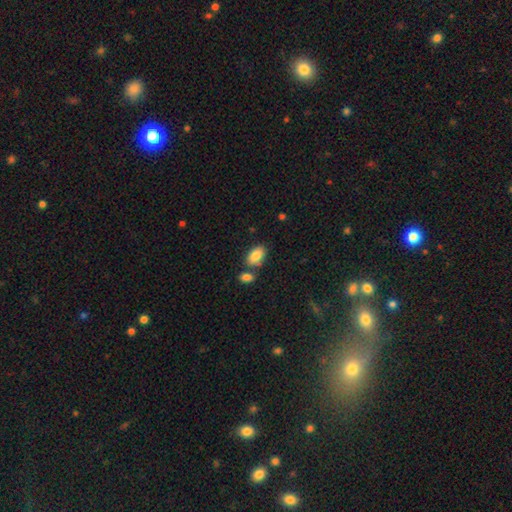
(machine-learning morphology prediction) Overall: smooth (86%). How rounded: in between (92%). Merging: none (63%).